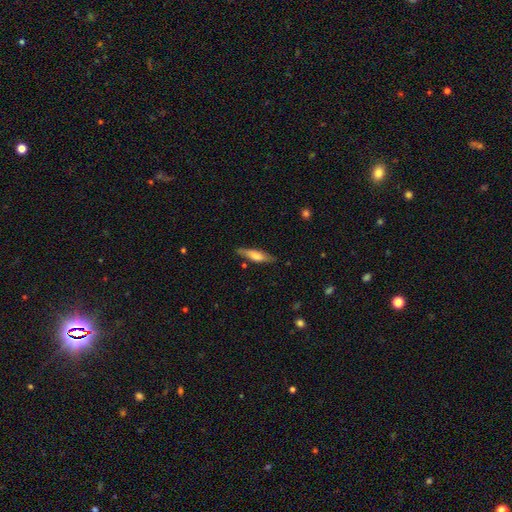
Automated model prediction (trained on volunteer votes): smooth 60%, featured or disk 34%, star or artifact 6%. Down the decision tree: how rounded — cigar-shaped (70%); merging — none (77%).